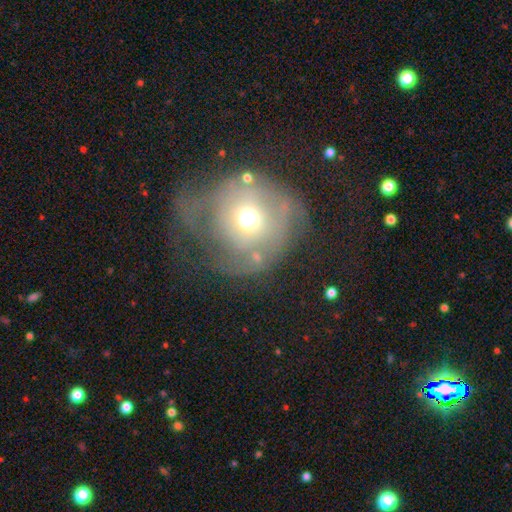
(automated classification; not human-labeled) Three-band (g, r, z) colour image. It shows a featured or disk galaxy (44%). Merging: major disturbance (39%).